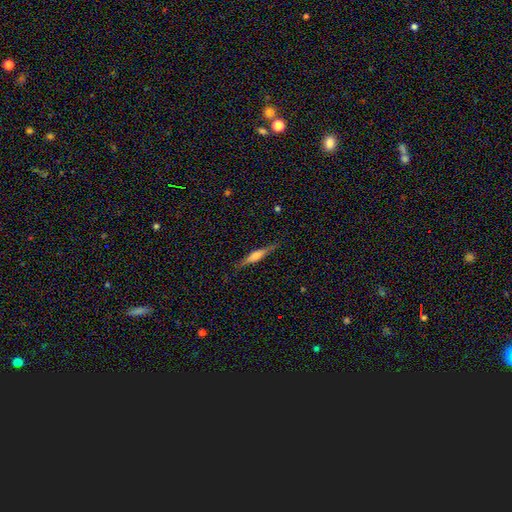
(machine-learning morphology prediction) smooth-or-featured: featured or disk: 60% | smooth: 34% | star or artifact: 7%
  disk-edge-on: yes: 96% | no: 4%
    edge-on-bulge: rounded: 67% | boxy: 20% | none: 12%
  merging: none: 87% | minor disturbance: 10% | major disturbance: 2% | merger: 1%